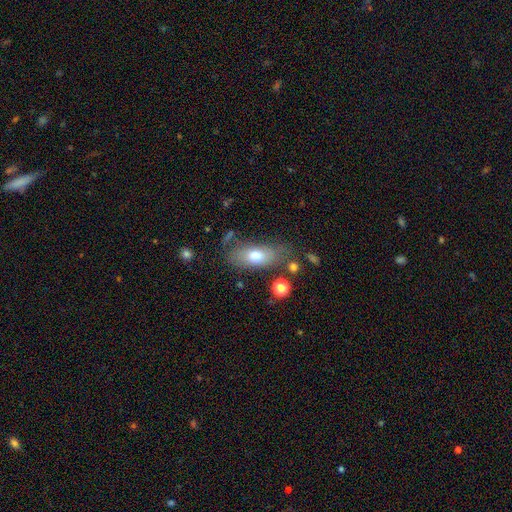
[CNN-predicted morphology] Smooth or featured? Predicted: smooth (p=0.70). How rounded? Predicted: in between (p=0.81). Merging? Predicted: none (p=0.64).